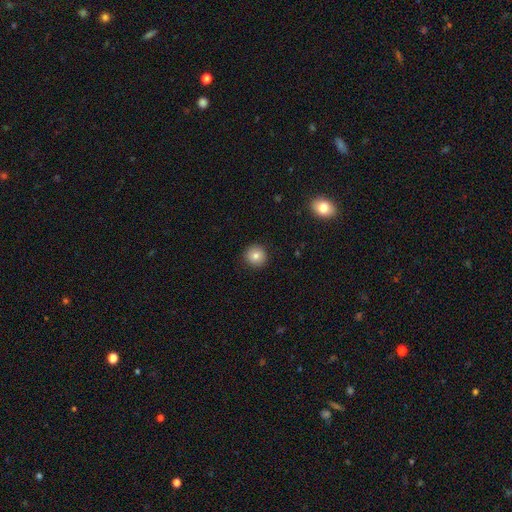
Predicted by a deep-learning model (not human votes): smooth 81%, star or artifact 10%, featured or disk 8%. Down the decision tree: how rounded — round (95%); merging — none (92%).